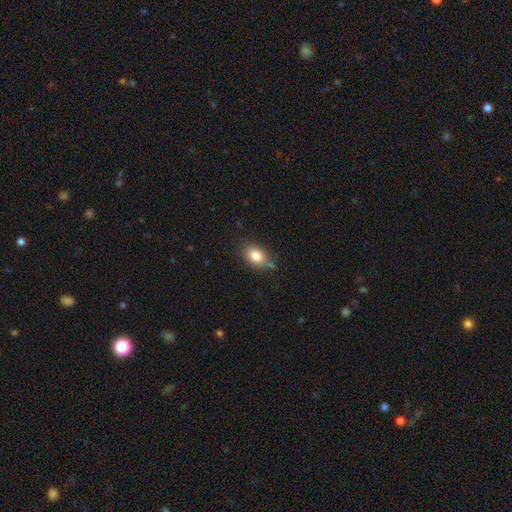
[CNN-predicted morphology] Overall: smooth (83%). How rounded: in between (76%). Merging: none (74%).